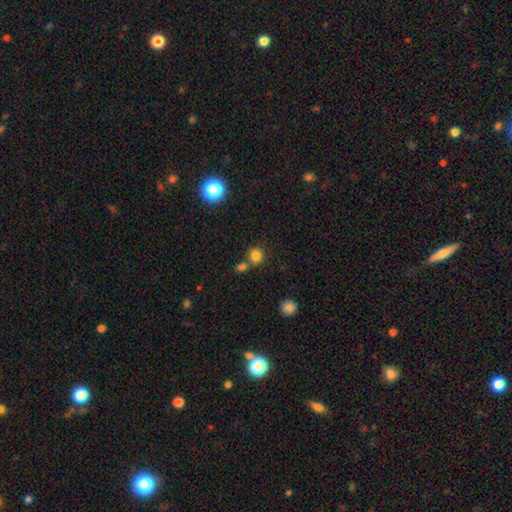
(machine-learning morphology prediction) type=smooth (82%); roundness=round (82%); merging=none (58%).